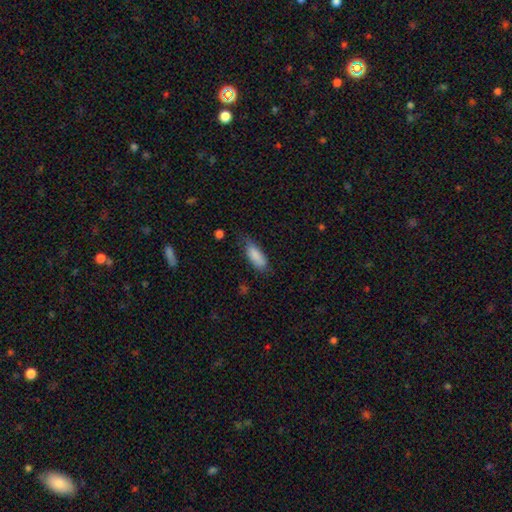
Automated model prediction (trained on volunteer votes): smooth-or-featured: smooth: 85% | featured or disk: 9% | star or artifact: 6%
  how-rounded: in between: 75% | cigar-shaped: 23% | round: 2%
  merging: none: 59% | minor disturbance: 31% | major disturbance: 8% | merger: 2%